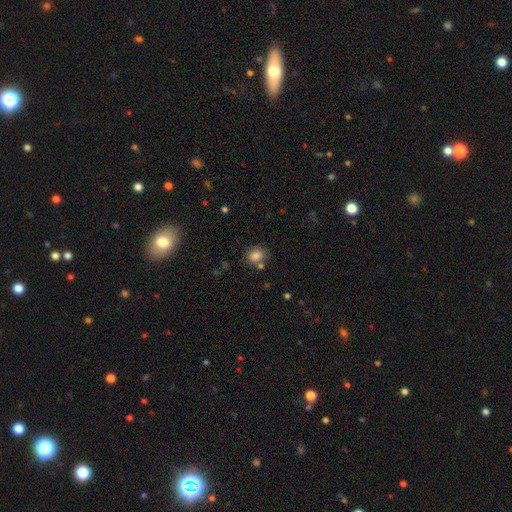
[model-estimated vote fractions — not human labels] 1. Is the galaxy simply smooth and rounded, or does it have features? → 82% smooth, 11% star or artifact, 7% featured or disk.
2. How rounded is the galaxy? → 56% round, 43% in between, 1% cigar-shaped.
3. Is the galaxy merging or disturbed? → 73% none, 13% minor disturbance, 11% merger, 4% major disturbance.